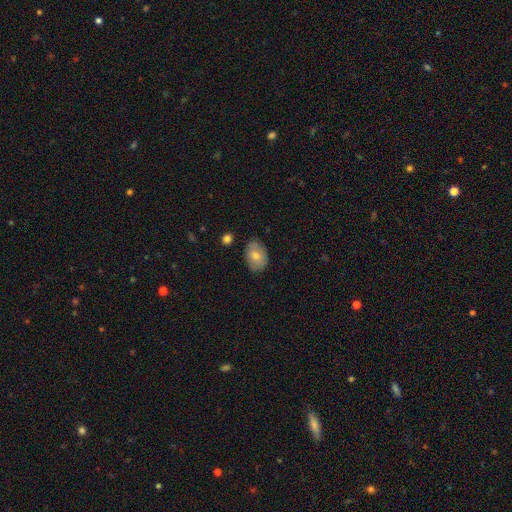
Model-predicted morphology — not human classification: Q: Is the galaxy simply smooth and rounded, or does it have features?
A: smooth — 64%.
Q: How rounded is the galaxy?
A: in between — 79%.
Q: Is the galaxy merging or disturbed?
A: none — 81%.